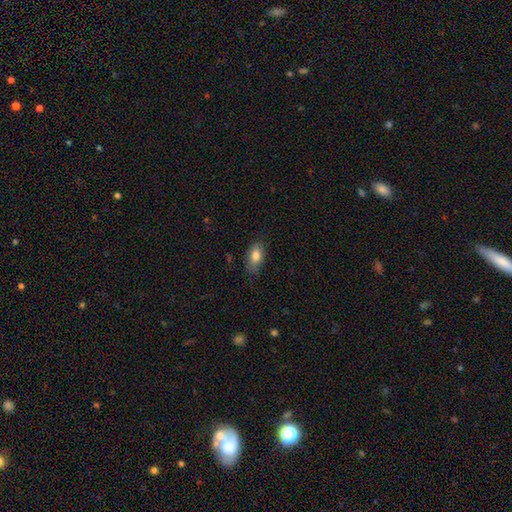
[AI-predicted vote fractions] Q: Smooth or featured?
A: smooth (80%); runner-up: featured or disk (13%)
Q: How rounded?
A: in between (91%); runner-up: round (5%)
Q: Merging?
A: none (79%); runner-up: minor disturbance (17%)